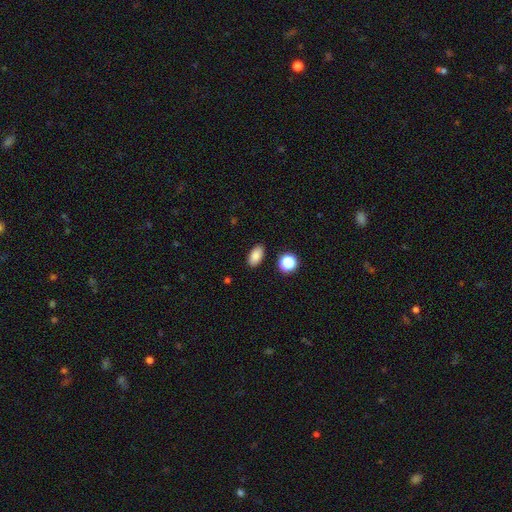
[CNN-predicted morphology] The model was most divided on "smooth or featured": smooth: 84%, star or artifact: 10%, featured or disk: 6%. More confident: how rounded — in between (91%); merging — none (88%).